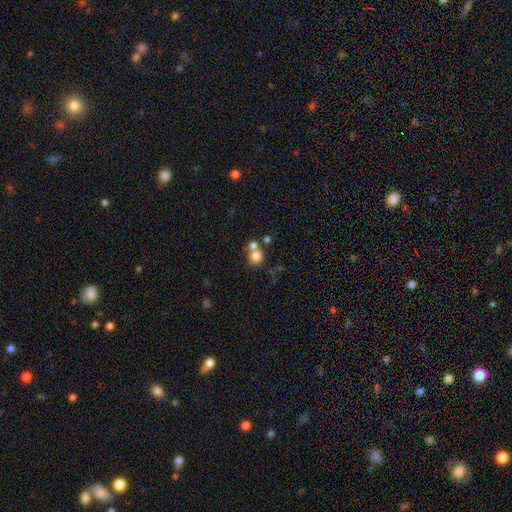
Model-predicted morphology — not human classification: type=smooth (77%); roundness=round (84%); merging=none (49%).